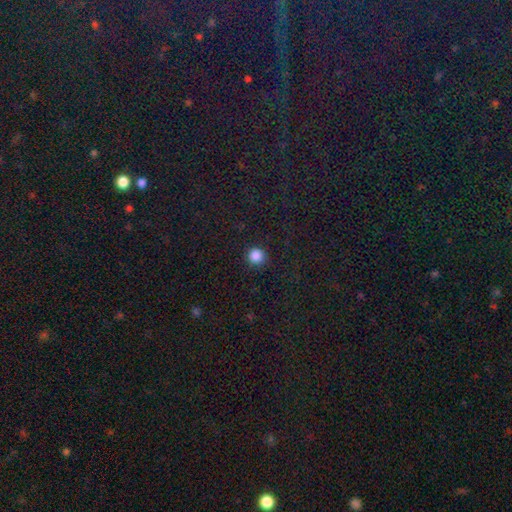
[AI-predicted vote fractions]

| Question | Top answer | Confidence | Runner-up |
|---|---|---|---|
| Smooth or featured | smooth | 86% | star or artifact (12%) |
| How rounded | round | 94% | in between (5%) |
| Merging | none | 90% | minor disturbance (6%) |